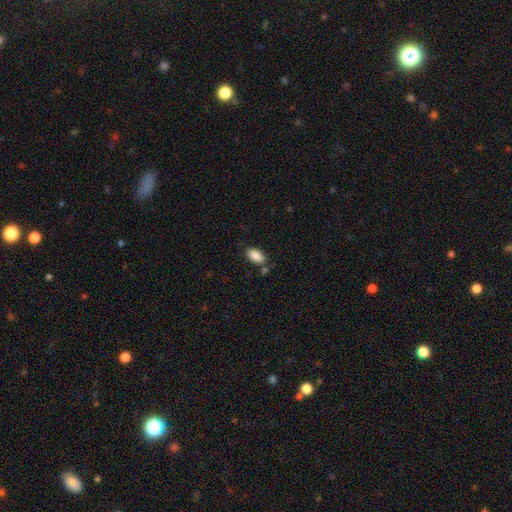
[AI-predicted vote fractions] smooth 88%, star or artifact 7%, featured or disk 4%. Down the decision tree: how rounded — in between (93%); merging — none (72%).